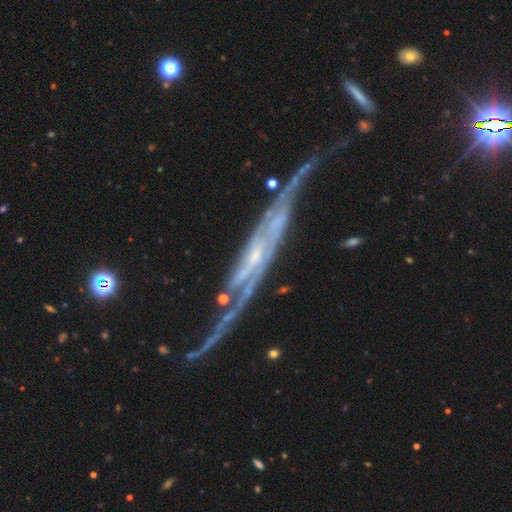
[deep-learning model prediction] smooth_or_featured: featured or disk (p=0.88) [alt: star or artifact p=0.06]
disk_edge_on: no (p=0.56) [alt: yes p=0.44]
merging: none (p=0.48) [alt: minor disturbance p=0.22]